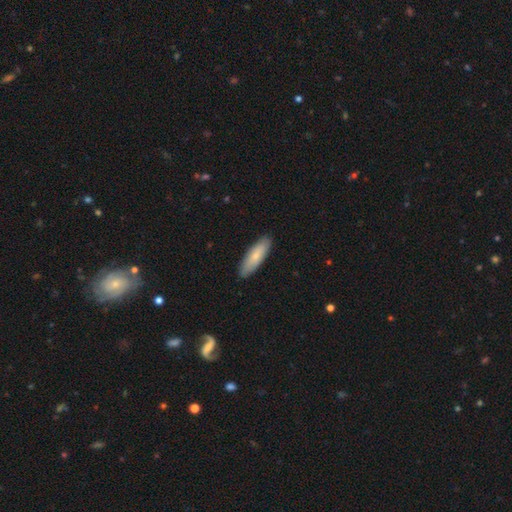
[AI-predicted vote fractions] Q: Smooth or featured?
A: smooth (76%); runner-up: featured or disk (18%)
Q: How rounded?
A: in between (50%); runner-up: cigar-shaped (48%)
Q: Merging?
A: none (88%); runner-up: minor disturbance (10%)